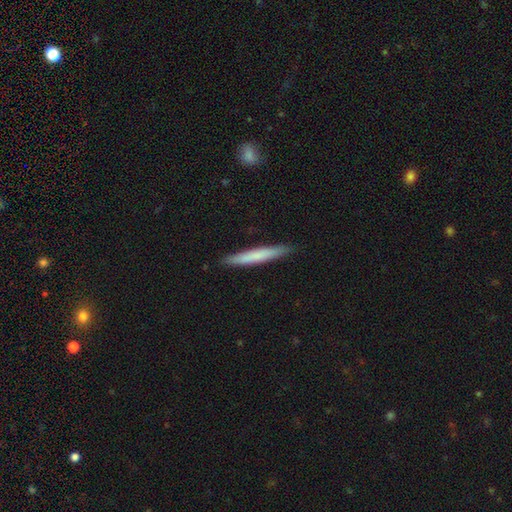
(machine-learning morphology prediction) A smooth galaxy with no disk features (68%) that is cigar-shaped (96%).

Vote fractions:
- Smooth or featured? smooth: 68% / featured or disk: 26% / star or artifact: 5%
- How rounded? cigar-shaped: 96% / in between: 3% / round: 1%
- Merging? none: 90% / minor disturbance: 8% / major disturbance: 1% / merger: 1%